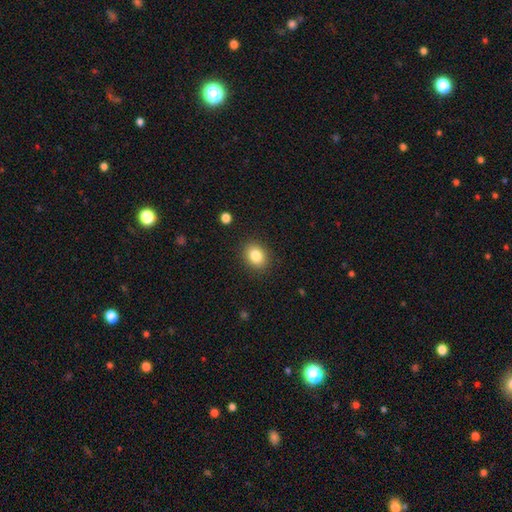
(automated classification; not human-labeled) Smooth or featured? smooth (83%)
How rounded? round (53%)
Merging? none (88%)